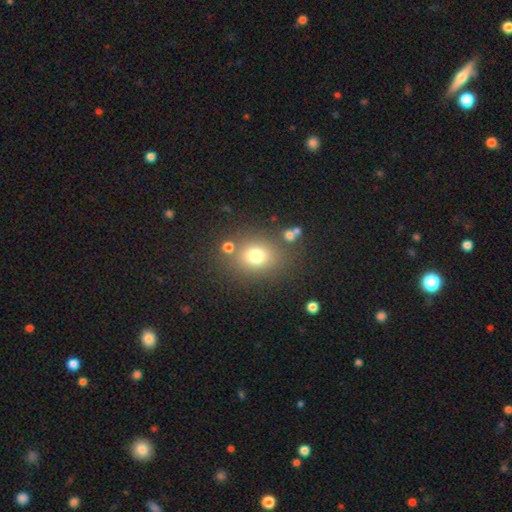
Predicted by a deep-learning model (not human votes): smooth 74%, star or artifact 16%, featured or disk 11%. Down the decision tree: how rounded — round (63%); merging — none (74%).